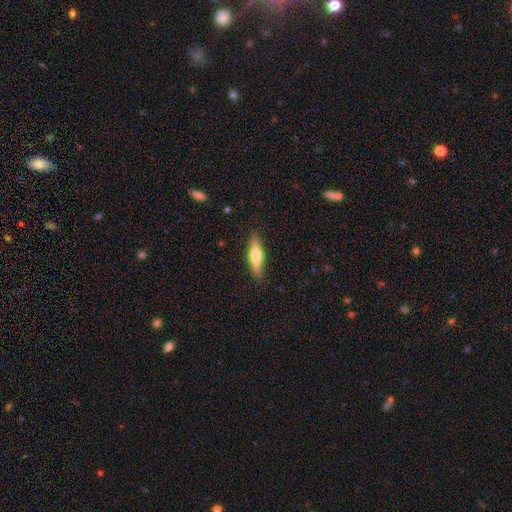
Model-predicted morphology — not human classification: type=smooth (57%); roundness=cigar-shaped (65%); merging=none (85%).